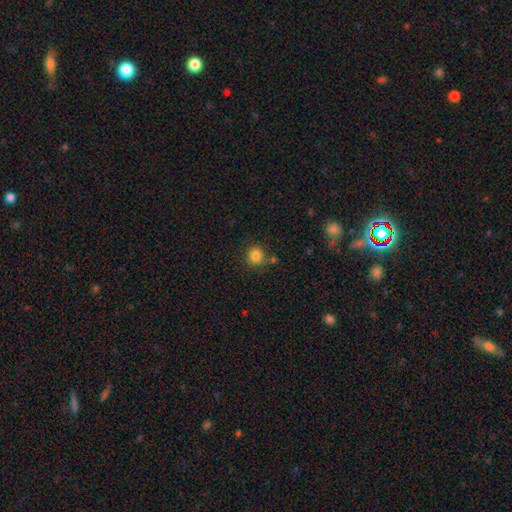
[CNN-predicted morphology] Smooth or featured?
  - smooth: 84% *
  - star or artifact: 11%
  - featured or disk: 5%
How rounded?
  - round: 91% *
  - in between: 8%
  - cigar-shaped: 1%
Merging?
  - none: 77% *
  - minor disturbance: 11%
  - merger: 9%
  - major disturbance: 4%